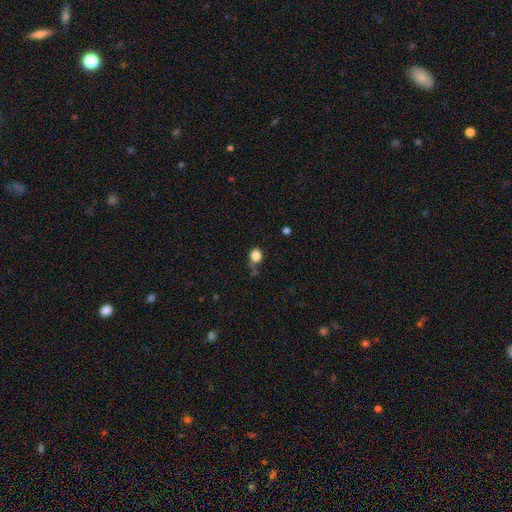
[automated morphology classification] Smooth or featured? Predicted: smooth (p=0.82). How rounded? Predicted: round (p=0.62). Merging? Predicted: none (p=0.46).